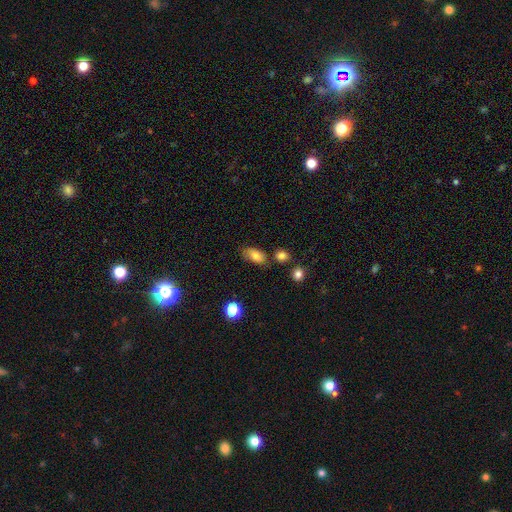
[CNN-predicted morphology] Smooth or featured? Predicted: smooth (p=0.80). How rounded? Predicted: in between (p=0.90). Merging? Predicted: none (p=0.69).